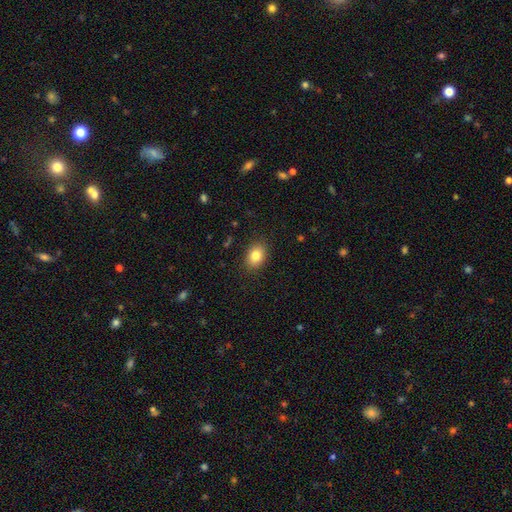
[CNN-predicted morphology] Smooth or featured? Predicted: smooth (p=0.83). How rounded? Predicted: in between (p=0.69). Merging? Predicted: none (p=0.89).